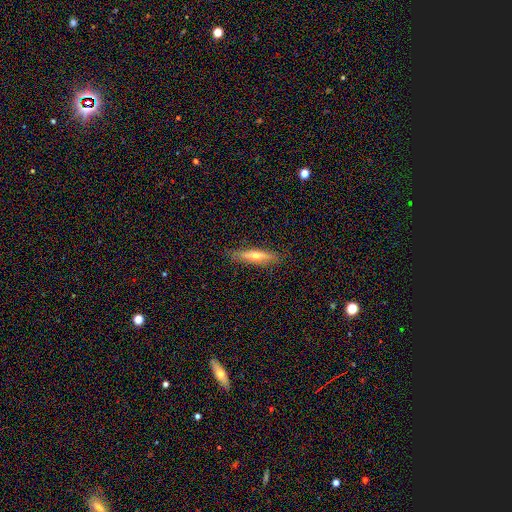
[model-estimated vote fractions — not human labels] smooth_or_featured: featured or disk (p=0.48) [alt: smooth p=0.46]
merging: none (p=0.87) [alt: minor disturbance p=0.10]